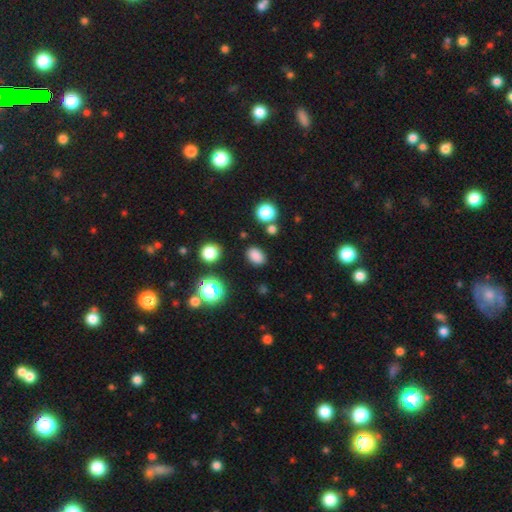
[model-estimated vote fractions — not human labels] Morphology: type=smooth (82%); roundness=in between (74%); merging=none (83%).